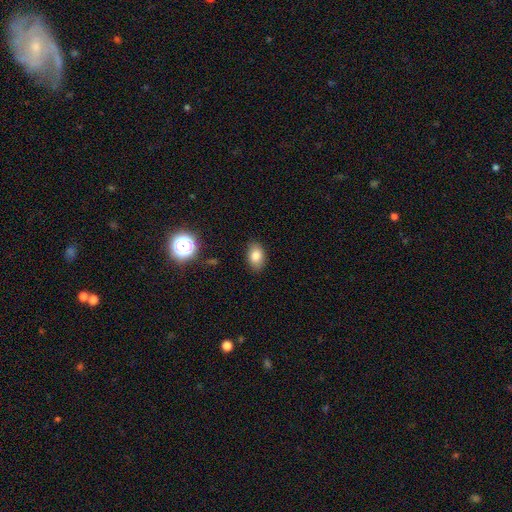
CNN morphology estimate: Smooth or featured? smooth (80%)
How rounded? in between (85%)
Merging? none (85%)